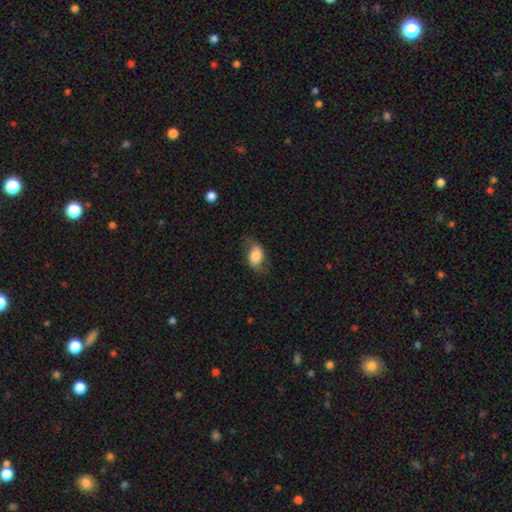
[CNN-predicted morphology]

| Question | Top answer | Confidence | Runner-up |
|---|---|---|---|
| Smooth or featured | smooth | 67% | featured or disk (25%) |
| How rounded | in between | 85% | round (13%) |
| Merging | none | 63% | minor disturbance (25%) |